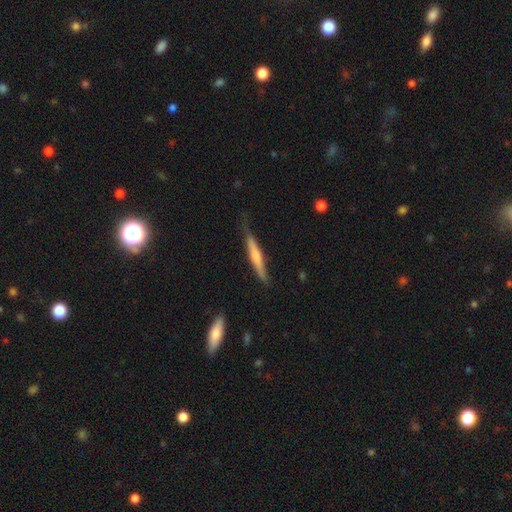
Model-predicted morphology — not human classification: Q: Smooth or featured?
A: smooth (49%); runner-up: featured or disk (46%)
Q: Merging?
A: none (70%); runner-up: minor disturbance (23%)